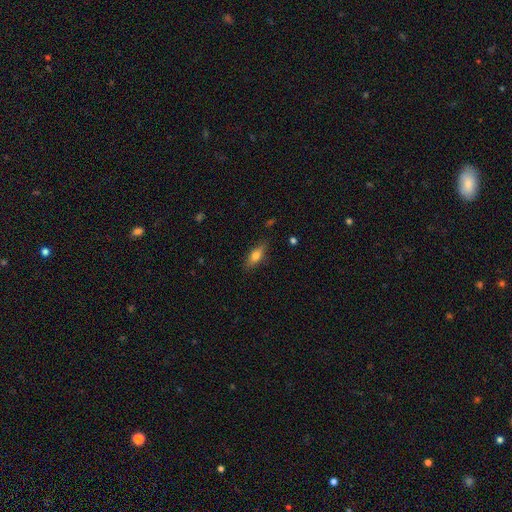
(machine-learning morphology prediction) The model was most divided on "how rounded": in between: 66%, cigar-shaped: 30%, round: 4%. More confident: merging — none (84%); smooth or featured — smooth (69%).